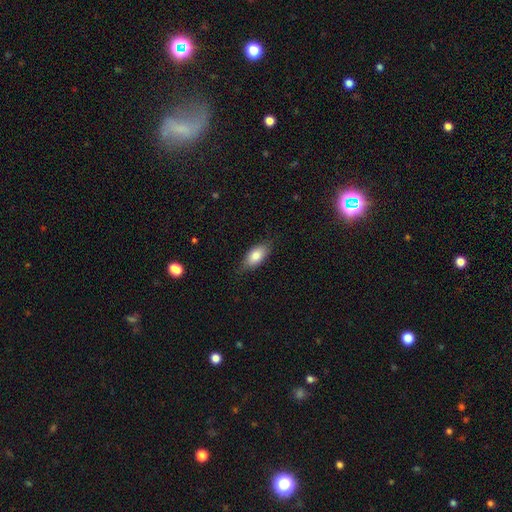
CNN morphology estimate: Q: Smooth or featured?
A: smooth (81%); runner-up: featured or disk (12%)
Q: How rounded?
A: in between (89%); runner-up: cigar-shaped (7%)
Q: Merging?
A: none (78%); runner-up: minor disturbance (18%)